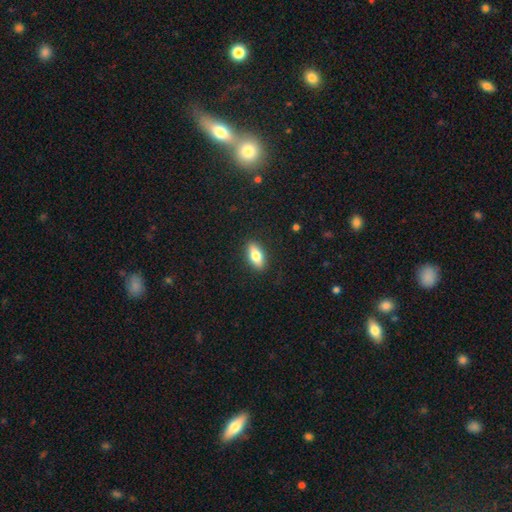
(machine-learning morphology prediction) Smooth or featured? Predicted: smooth (p=0.73). How rounded? Predicted: in between (p=0.80). Merging? Predicted: none (p=0.89).